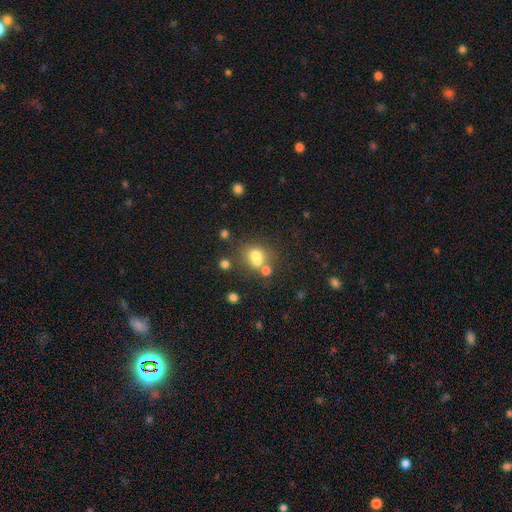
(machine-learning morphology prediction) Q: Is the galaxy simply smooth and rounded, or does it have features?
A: smooth — 68%.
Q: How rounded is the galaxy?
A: round — 55%.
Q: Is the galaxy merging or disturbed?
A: merger — 41%.